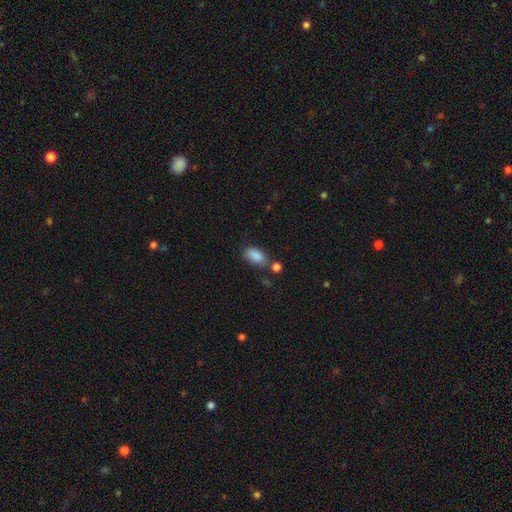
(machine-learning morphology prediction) smooth_or_featured: smooth (p=0.88) [alt: star or artifact p=0.08]
how_rounded: in between (p=0.92) [alt: round p=0.05]
merging: none (p=0.64) [alt: minor disturbance p=0.17]